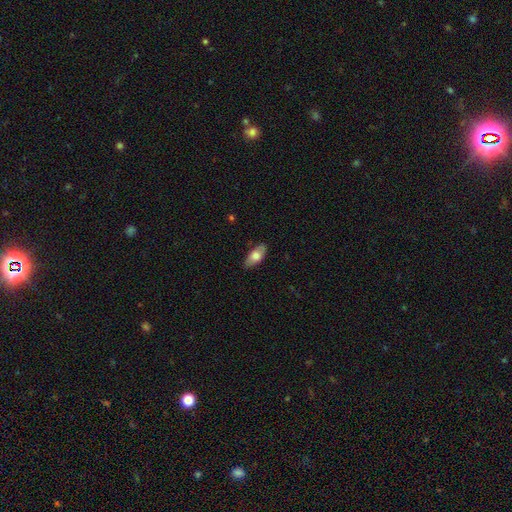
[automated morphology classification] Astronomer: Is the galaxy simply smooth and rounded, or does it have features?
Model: smooth — 68%.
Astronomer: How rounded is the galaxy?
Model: in between — 86%.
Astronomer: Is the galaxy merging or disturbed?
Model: none — 83%.